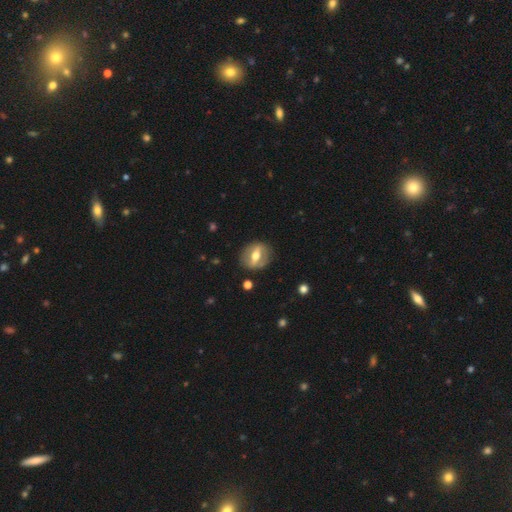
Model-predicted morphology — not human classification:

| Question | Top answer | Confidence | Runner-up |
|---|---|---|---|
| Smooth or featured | featured or disk | 64% | smooth (29%) |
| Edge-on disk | no | 74% | yes (26%) |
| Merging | none | 83% | minor disturbance (11%) |